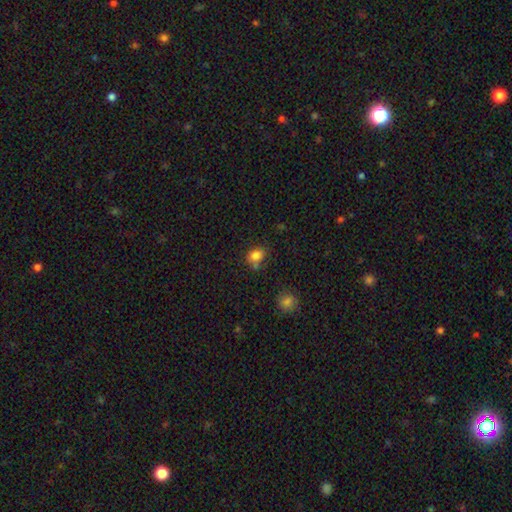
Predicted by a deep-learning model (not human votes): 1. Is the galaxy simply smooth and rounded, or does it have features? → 82% smooth, 11% star or artifact, 7% featured or disk.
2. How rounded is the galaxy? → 62% in between, 37% round, 1% cigar-shaped.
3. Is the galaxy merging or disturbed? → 63% none, 19% minor disturbance, 13% merger, 5% major disturbance.